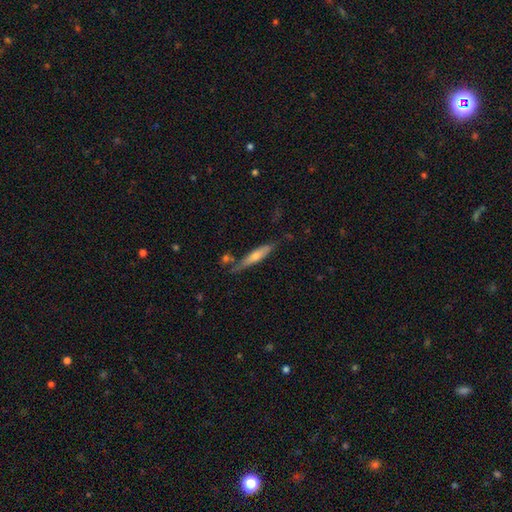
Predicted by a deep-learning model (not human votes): smooth 47%, featured or disk 46%, star or artifact 7%. Down the decision tree: merging — none (72%).